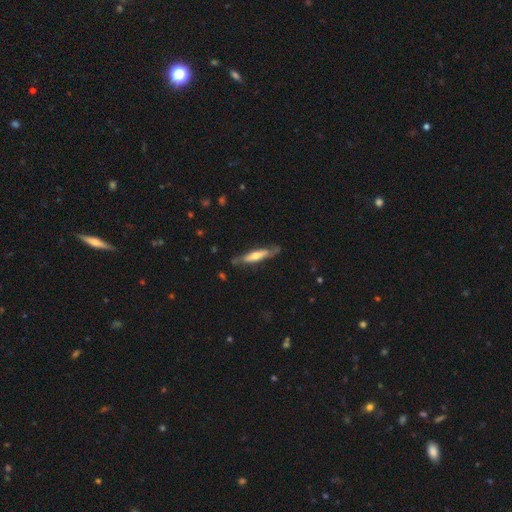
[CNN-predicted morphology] Smooth or featured? featured or disk (55%)
Edge-on disk? yes (78%)
Merging? none (74%)